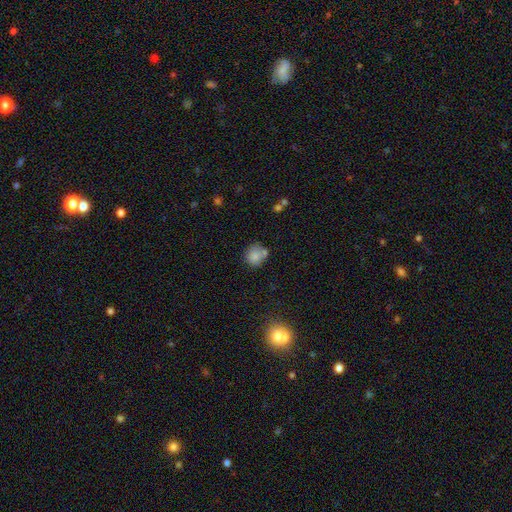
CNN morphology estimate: Q: Smooth or featured?
A: smooth (80%); runner-up: star or artifact (10%)
Q: How rounded?
A: round (84%); runner-up: in between (15%)
Q: Merging?
A: none (60%); runner-up: merger (20%)